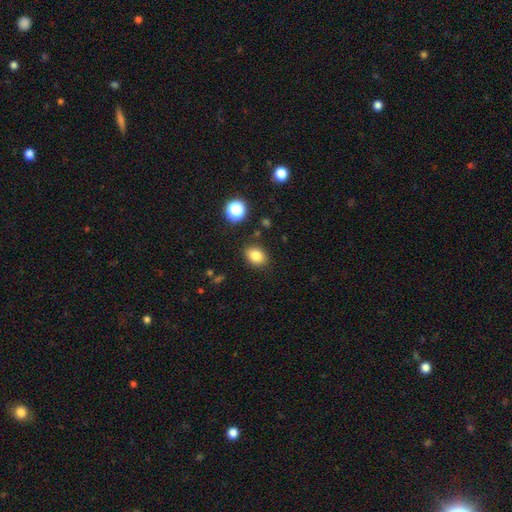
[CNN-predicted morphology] The model was most divided on "how rounded": in between: 58%, round: 41%, cigar-shaped: 1%. More confident: merging — none (85%); smooth or featured — smooth (82%).